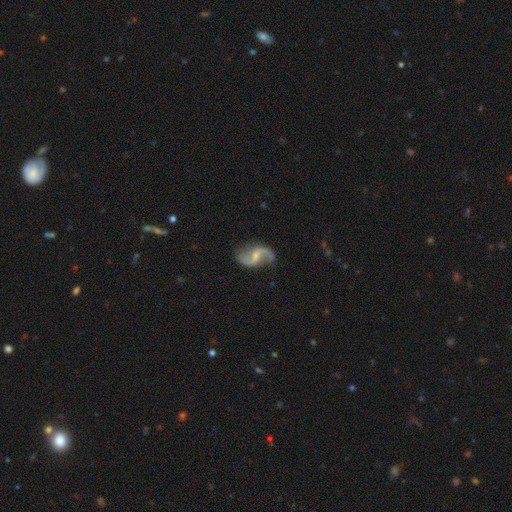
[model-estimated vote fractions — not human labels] Smooth or featured: featured or disk — 88% (smooth — 7%)
Edge-on disk: no — 98% (yes — 2%)
Bar: weak — 51% (no — 33%)
Spiral arms: yes — 96% (no — 4%)
Spiral winding: loose — 74% (medium — 21%)
Spiral arm count: 2 — 93% (1 — 2%)
Bulge size: small — 53% (moderate — 29%)
Merging: none — 78% (minor disturbance — 15%)